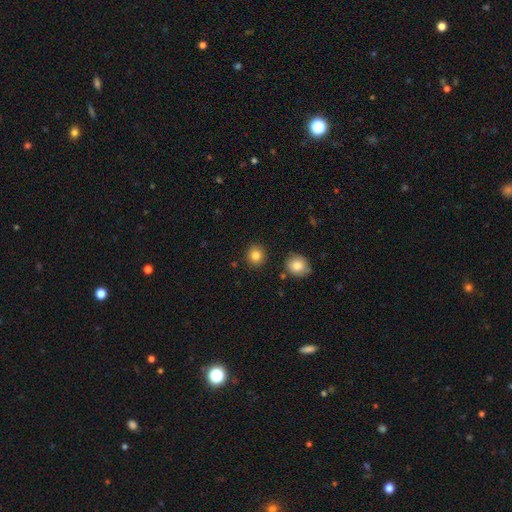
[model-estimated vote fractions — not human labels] smooth_or_featured: smooth (p=0.84) [alt: star or artifact p=0.10]
how_rounded: round (p=0.90) [alt: in between p=0.09]
merging: none (p=0.89) [alt: minor disturbance p=0.06]